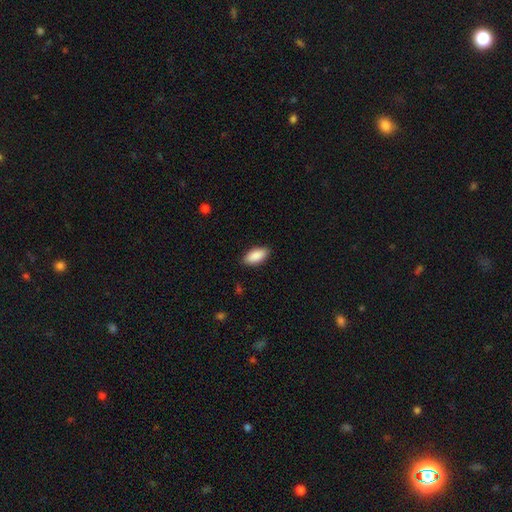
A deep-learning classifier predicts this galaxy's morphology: Smooth or featured? Predicted: smooth (p=0.90). How rounded? Predicted: in between (p=0.92). Merging? Predicted: none (p=0.87).